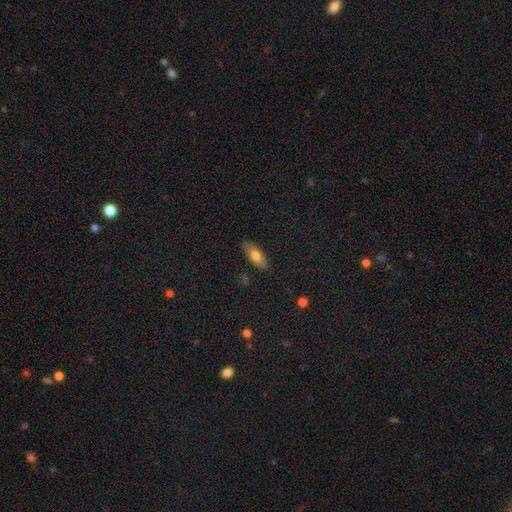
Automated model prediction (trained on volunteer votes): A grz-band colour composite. It shows a smooth galaxy with no disk features (73%) that is in between round and cigar-shaped (78%). Merging: none (86%).